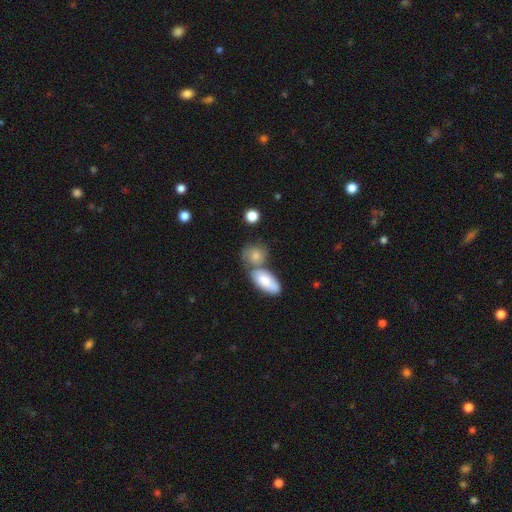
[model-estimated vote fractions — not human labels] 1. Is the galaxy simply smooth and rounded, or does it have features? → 76% smooth, 16% featured or disk, 8% star or artifact.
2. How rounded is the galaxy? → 50% in between, 47% round, 4% cigar-shaped.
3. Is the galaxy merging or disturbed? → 45% none, 36% merger, 14% minor disturbance, 5% major disturbance.